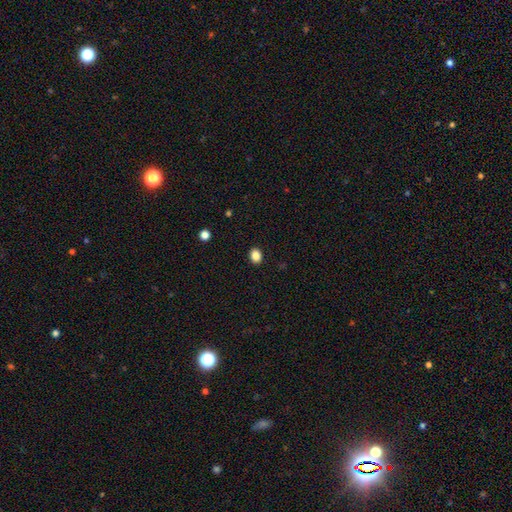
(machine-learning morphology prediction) Q: Smooth or featured?
A: smooth (87%); runner-up: star or artifact (10%)
Q: How rounded?
A: in between (58%); runner-up: round (41%)
Q: Merging?
A: none (91%); runner-up: minor disturbance (7%)